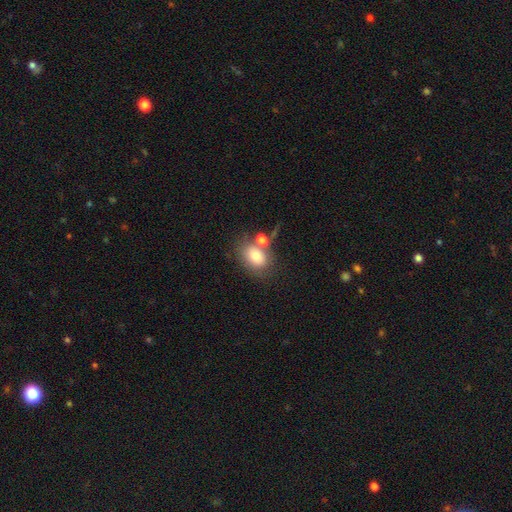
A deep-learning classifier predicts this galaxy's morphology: smooth 79%, featured or disk 12%, star or artifact 9%. Down the decision tree: how rounded — in between (75%); merging — none (53%).